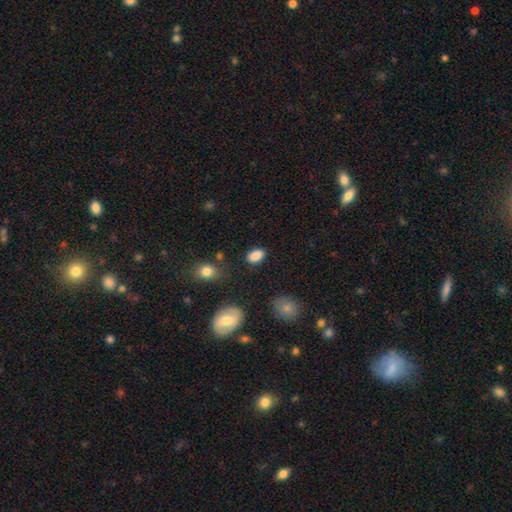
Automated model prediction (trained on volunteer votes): smooth-or-featured: smooth: 87% | star or artifact: 8% | featured or disk: 4%
  how-rounded: in between: 87% | round: 12% | cigar-shaped: 2%
  merging: none: 83% | minor disturbance: 11% | major disturbance: 3% | merger: 2%